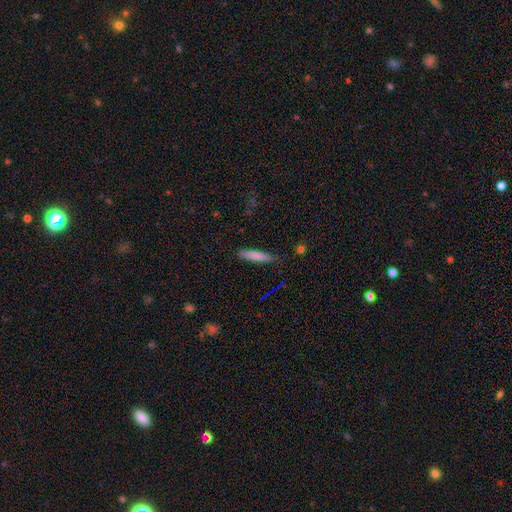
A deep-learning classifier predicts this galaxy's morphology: The model was most divided on "smooth or featured": smooth: 79%, featured or disk: 14%, star or artifact: 7%. More confident: how rounded — cigar-shaped (86%); merging — none (82%).